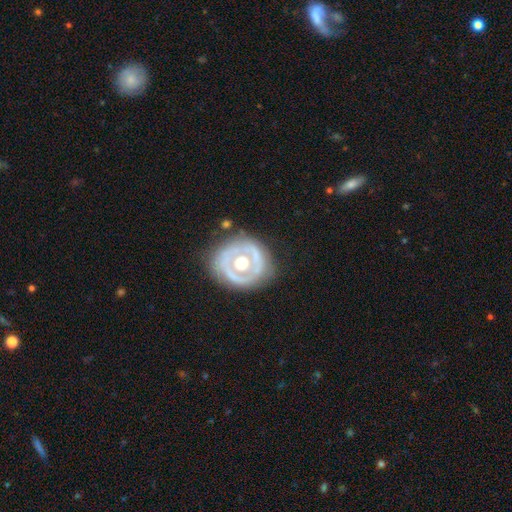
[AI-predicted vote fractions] Smooth or featured: featured or disk — 65% (smooth — 30%)
Edge-on disk: no — 94% (yes — 6%)
Bar: no — 86% (weak — 10%)
Spiral arms: no — 83% (yes — 17%)
Bulge size: moderate — 65% (large — 28%)
Merging: none — 73% (minor disturbance — 18%)